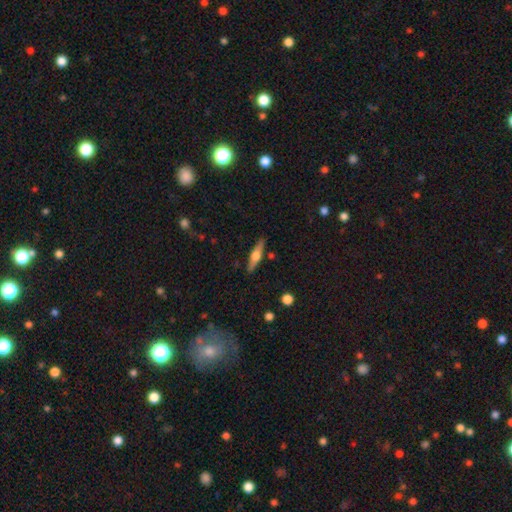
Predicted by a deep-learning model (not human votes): Morphology: type=featured or disk (59%); edge-on=yes (96%); edge-on bulge=rounded (91%); merging=none (87%).